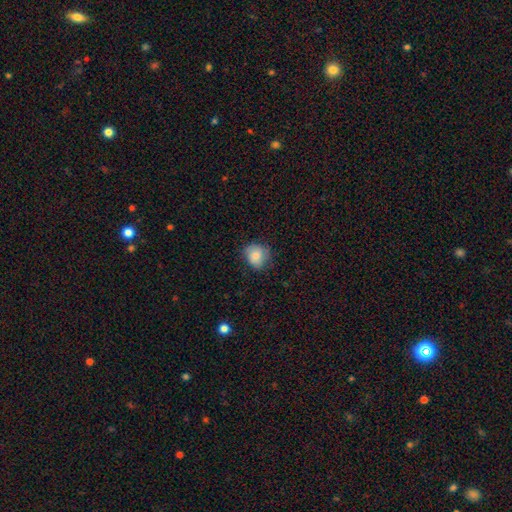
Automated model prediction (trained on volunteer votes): Q: Smooth or featured?
A: smooth (80%); runner-up: featured or disk (12%)
Q: How rounded?
A: round (76%); runner-up: in between (23%)
Q: Merging?
A: none (71%); runner-up: minor disturbance (23%)